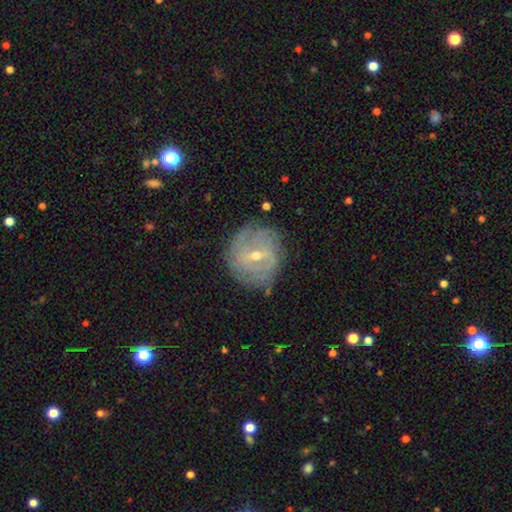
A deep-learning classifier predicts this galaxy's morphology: Smooth or featured? featured or disk (80%)
Edge-on disk? no (96%)
Bar? weak (56%)
Spiral arms? yes (87%)
Spiral winding? tight (67%)
Spiral arm count? can't tell (46%)
Bulge size? small (51%)
Merging? none (76%)